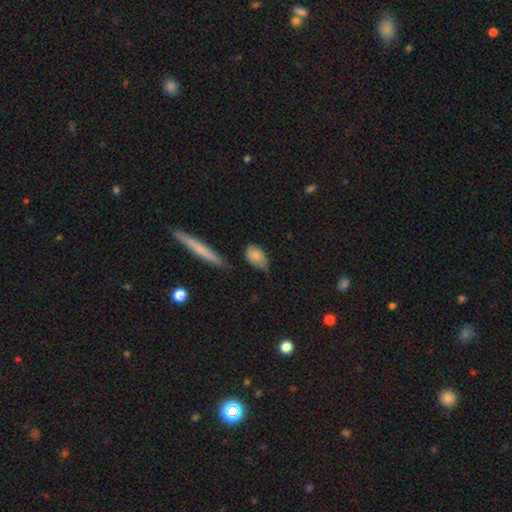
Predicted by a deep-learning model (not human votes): The model was most divided on "merging": none: 56%, minor disturbance: 32%, major disturbance: 7%, merger: 4%. More confident: how rounded — in between (85%); smooth or featured — smooth (82%).